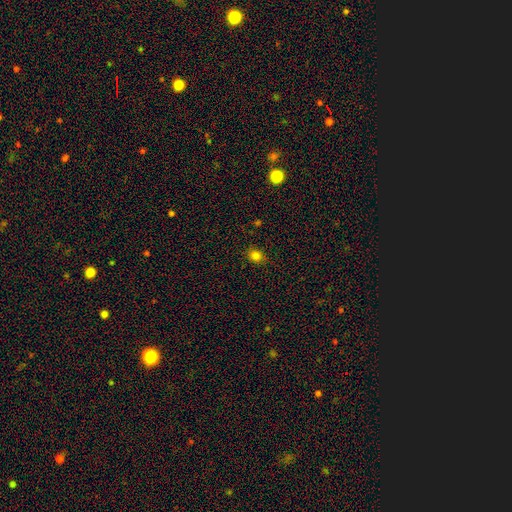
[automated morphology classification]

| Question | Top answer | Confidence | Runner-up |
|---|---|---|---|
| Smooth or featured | smooth | 81% | star or artifact (15%) |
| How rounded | round | 63% | in between (36%) |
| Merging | none | 86% | minor disturbance (11%) |